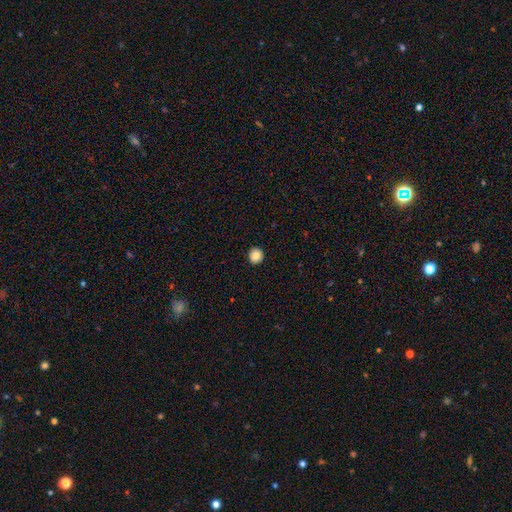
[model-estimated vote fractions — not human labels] Morphology: type=smooth (87%); roundness=round (90%); merging=none (92%).